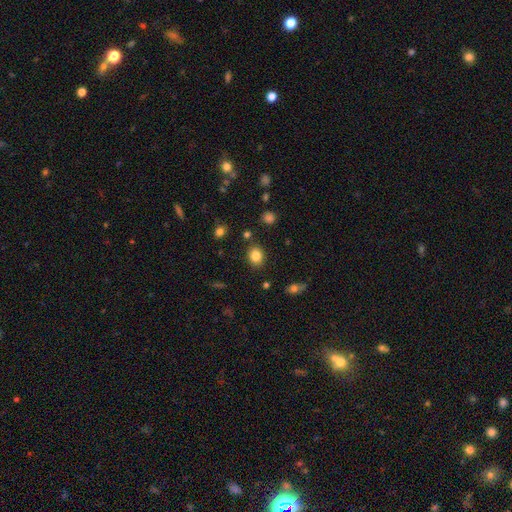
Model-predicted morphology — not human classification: smooth_or_featured: smooth (p=0.83) [alt: star or artifact p=0.10]
how_rounded: round (p=0.56) [alt: in between p=0.43]
merging: none (p=0.86) [alt: minor disturbance p=0.09]